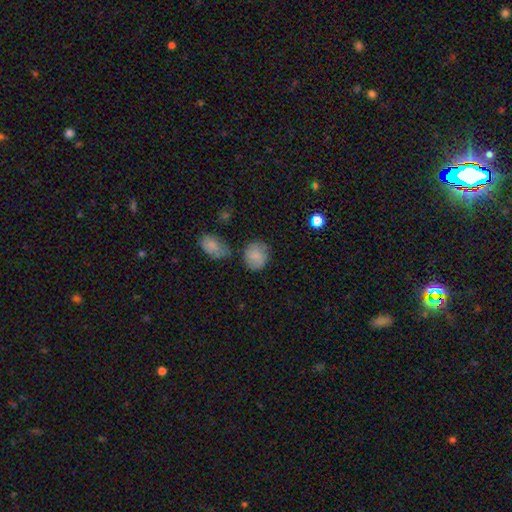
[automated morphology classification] Overall: smooth (77%). How rounded: round (73%). Merging: none (70%).